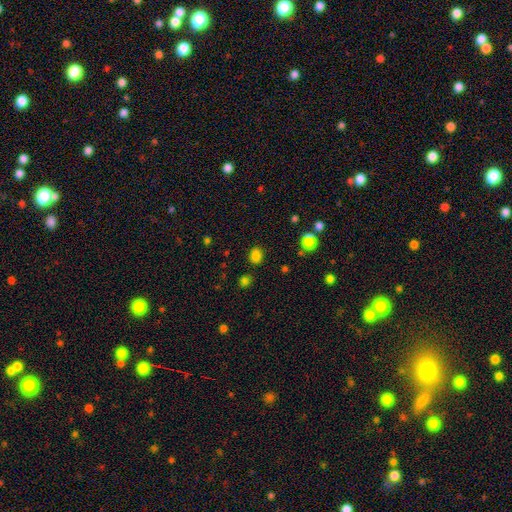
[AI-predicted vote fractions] Morphology: type=smooth (80%); roundness=in between (58%); merging=none (83%).